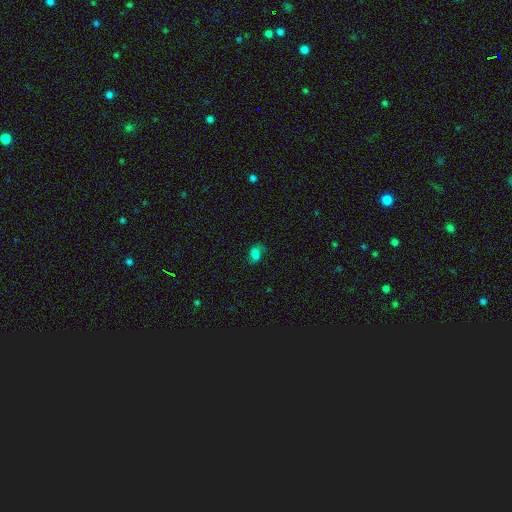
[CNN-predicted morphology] smooth_or_featured: smooth (p=0.55) [alt: featured or disk p=0.25]
how_rounded: in between (p=0.80) [alt: round p=0.17]
merging: none (p=0.52) [alt: minor disturbance p=0.25]